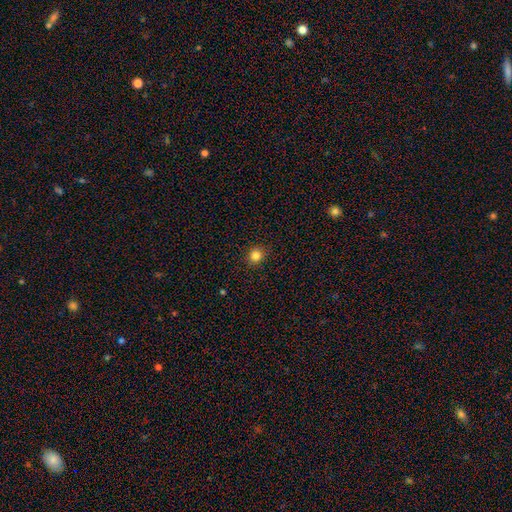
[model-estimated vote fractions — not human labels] smooth-or-featured: smooth: 83% | star or artifact: 12% | featured or disk: 4%
  how-rounded: round: 87% | in between: 12% | cigar-shaped: 1%
  merging: none: 91% | minor disturbance: 6% | major disturbance: 2% | merger: 1%